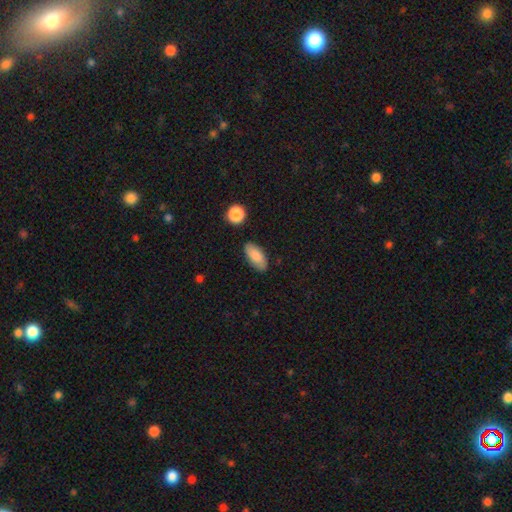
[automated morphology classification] smooth 82%, featured or disk 11%, star or artifact 7%. Down the decision tree: how rounded — in between (90%); merging — none (81%).